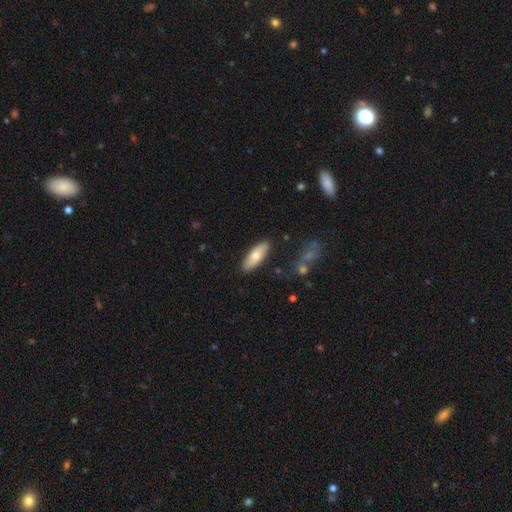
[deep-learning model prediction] Overall: smooth (67%). How rounded: in between (64%; cigar-shaped 33%). Merging: none (87%).